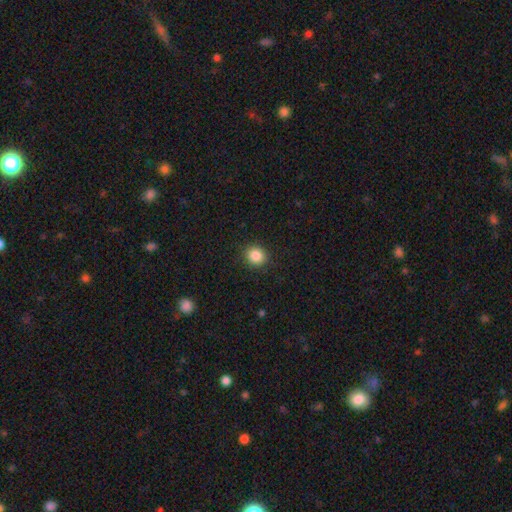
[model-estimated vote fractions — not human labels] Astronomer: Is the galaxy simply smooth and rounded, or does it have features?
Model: smooth — 86%.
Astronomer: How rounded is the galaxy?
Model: round — 87%.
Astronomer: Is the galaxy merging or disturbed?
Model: none — 90%.